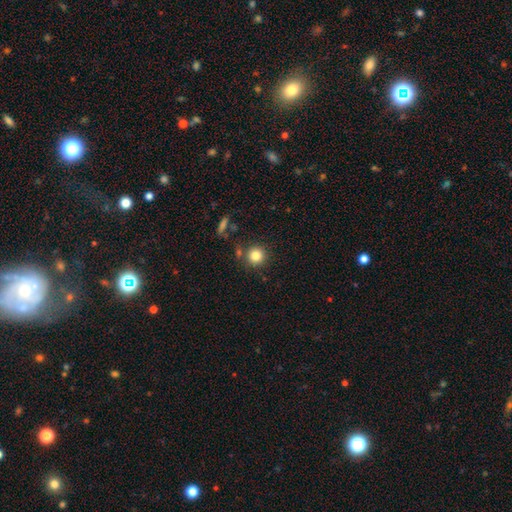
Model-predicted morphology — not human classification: Overall: smooth (82%). How rounded: round (94%). Merging: none (81%).